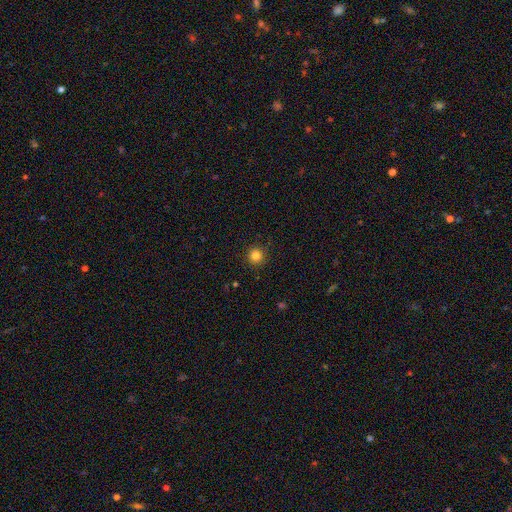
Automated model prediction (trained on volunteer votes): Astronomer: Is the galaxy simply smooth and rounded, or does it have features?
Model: smooth — 83%.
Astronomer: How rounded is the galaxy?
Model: round — 95%.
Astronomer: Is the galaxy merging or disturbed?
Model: none — 90%.